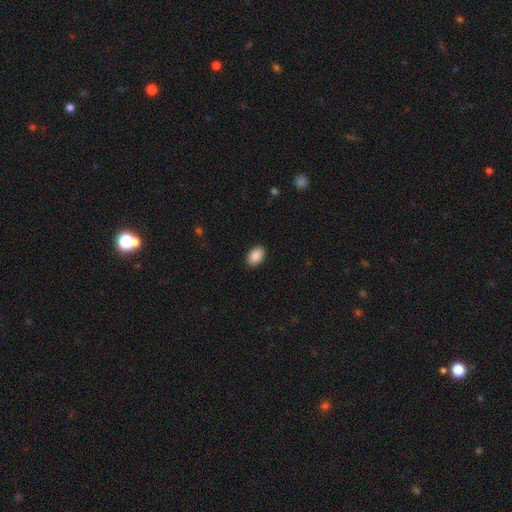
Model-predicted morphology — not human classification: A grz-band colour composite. It shows a smooth galaxy with no disk features (90%) that is in between round and cigar-shaped (87%). Merging: none (90%).